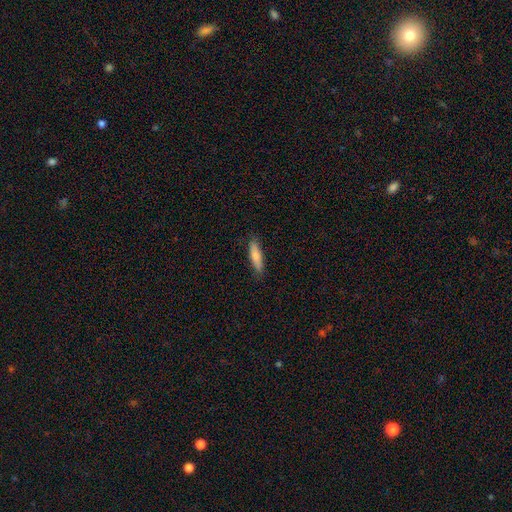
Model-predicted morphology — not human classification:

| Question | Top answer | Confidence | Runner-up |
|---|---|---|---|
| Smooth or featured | smooth | 77% | featured or disk (17%) |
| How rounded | cigar-shaped | 72% | in between (26%) |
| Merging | none | 85% | minor disturbance (12%) |